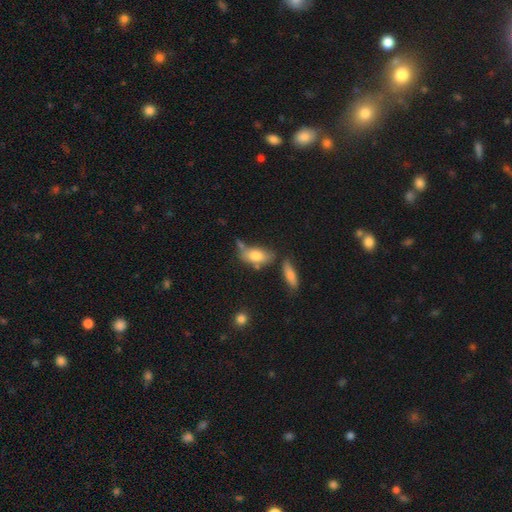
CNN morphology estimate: This is likely a smooth galaxy (73%). How rounded: clearly in between (85%). Merging: possibly none (49%).